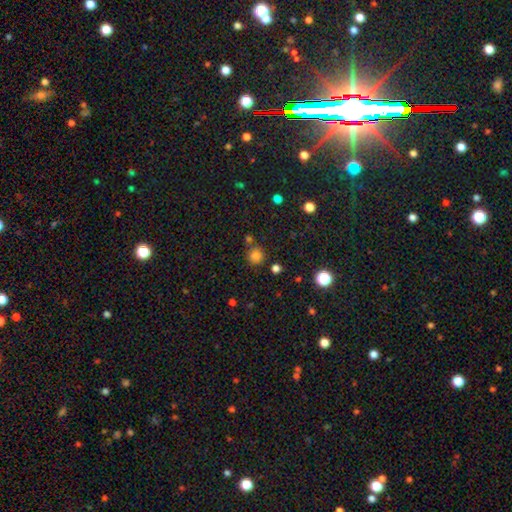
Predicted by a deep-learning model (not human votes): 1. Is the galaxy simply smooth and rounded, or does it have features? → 80% smooth, 15% star or artifact, 5% featured or disk.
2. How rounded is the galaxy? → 91% round, 8% in between, 1% cigar-shaped.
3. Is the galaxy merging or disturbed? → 75% none, 12% merger, 10% minor disturbance, 3% major disturbance.